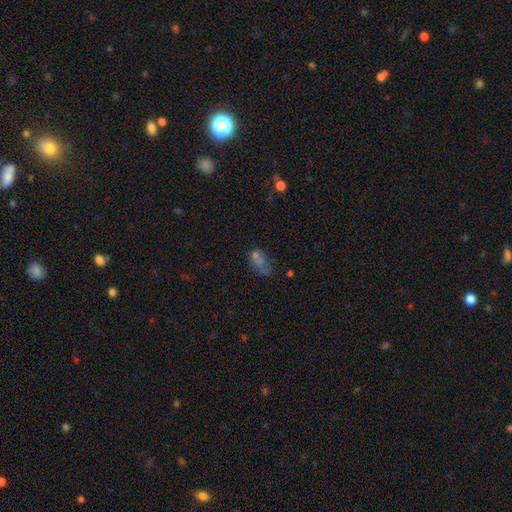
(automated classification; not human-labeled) smooth 50%, star or artifact 26%, featured or disk 24%. Down the decision tree: how rounded — in between (77%); merging — none (40%).